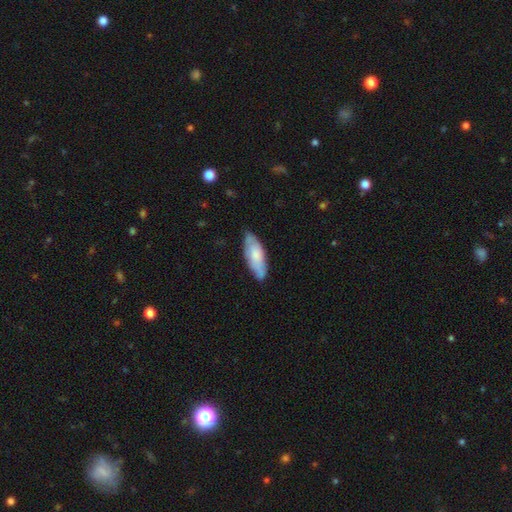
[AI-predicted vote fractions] The model was most divided on "smooth or featured": smooth: 66%, featured or disk: 29%, star or artifact: 6%. More confident: merging — none (76%); how rounded — in between (70%).